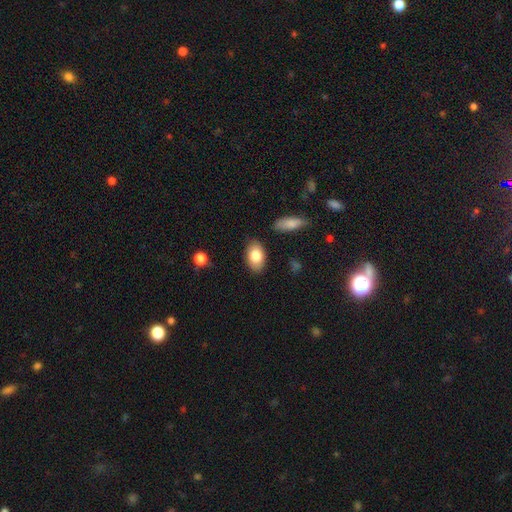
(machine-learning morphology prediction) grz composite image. It shows a smooth galaxy with no disk features (82%) that is in between round and cigar-shaped (91%). Merging: none (85%).